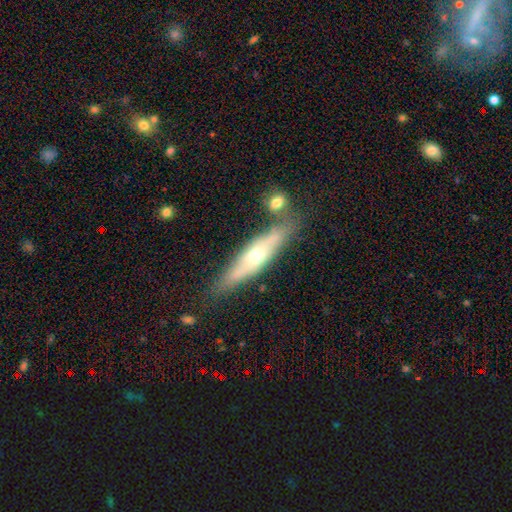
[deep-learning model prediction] Smooth or featured?
  - featured or disk: 59% *
  - smooth: 33%
  - star or artifact: 8%
Edge-on disk?
  - yes: 79% *
  - no: 21%
Merging?
  - none: 75% *
  - minor disturbance: 13%
  - merger: 9%
  - major disturbance: 4%